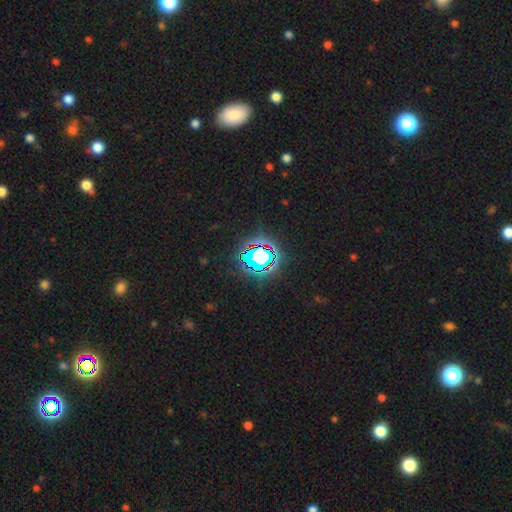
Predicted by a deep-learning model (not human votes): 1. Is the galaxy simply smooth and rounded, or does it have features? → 72% star or artifact, 17% smooth, 11% featured or disk.